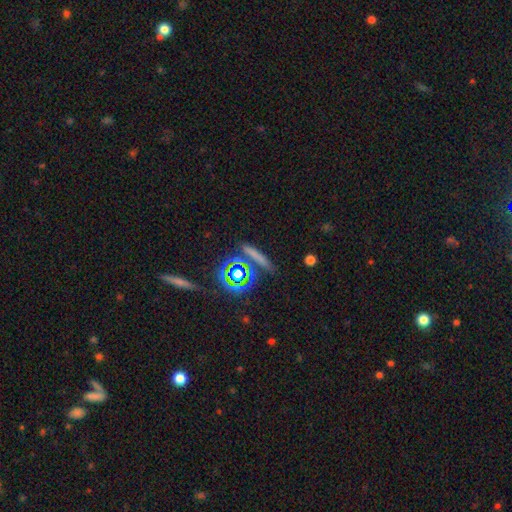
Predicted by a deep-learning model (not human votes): Smooth or featured? smooth (53%)
How rounded? cigar-shaped (76%)
Merging? none (80%)